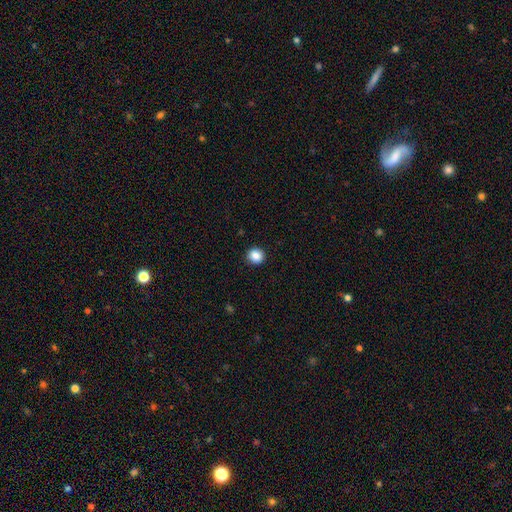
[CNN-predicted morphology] A smooth galaxy with no disk features (87%) that is round (91%). Merging: none (93%).